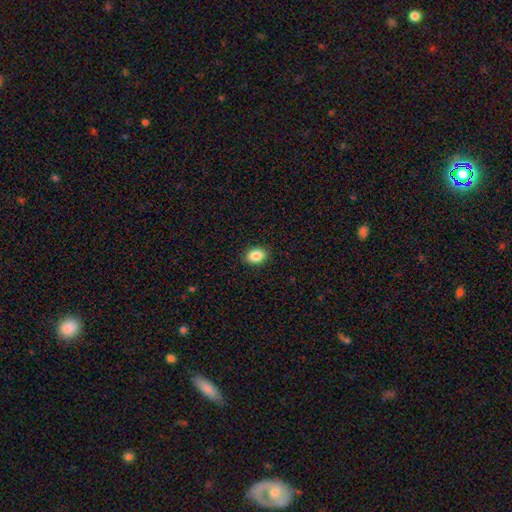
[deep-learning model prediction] Overall: smooth (87%). How rounded: in between (70%). Merging: none (90%).